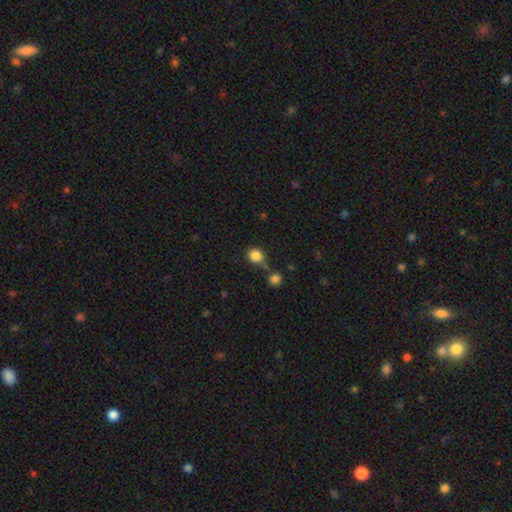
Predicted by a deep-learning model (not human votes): Morphology: type=smooth (84%); roundness=round (82%); merging=none (61%).